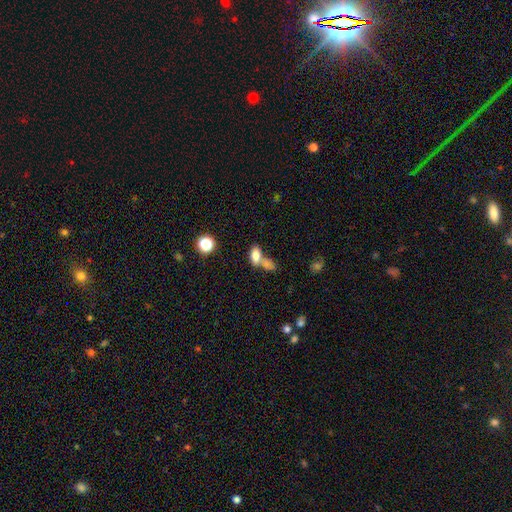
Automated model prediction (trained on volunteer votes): smooth-or-featured: smooth: 77% | featured or disk: 13% | star or artifact: 10%
  how-rounded: in between: 85% | round: 9% | cigar-shaped: 6%
  merging: merger: 47% | none: 36% | minor disturbance: 11% | major disturbance: 6%